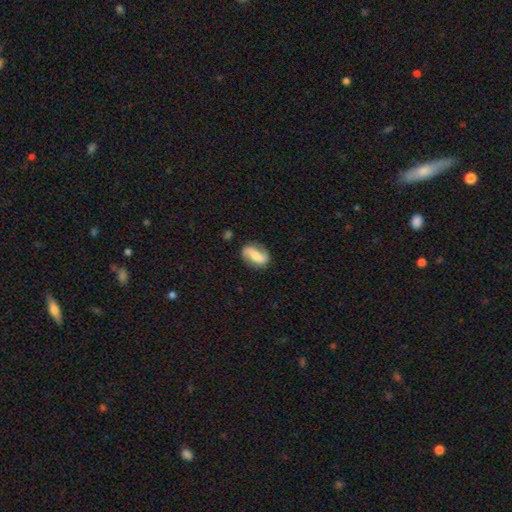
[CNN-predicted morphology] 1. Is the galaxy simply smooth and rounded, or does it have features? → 64% featured or disk, 30% smooth, 7% star or artifact.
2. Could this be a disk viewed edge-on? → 95% no, 5% yes.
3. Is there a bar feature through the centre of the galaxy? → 37% strong, 32% no, 31% weak.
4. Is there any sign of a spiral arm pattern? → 89% yes, 11% no.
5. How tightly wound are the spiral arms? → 58% loose, 27% medium, 15% tight.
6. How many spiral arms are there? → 90% 2, 4% can't tell, 3% 1, 1% 3, 1% 4, 1% more than 4.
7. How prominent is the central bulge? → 44% moderate, 35% small, 9% large, 9% none, 3% dominant.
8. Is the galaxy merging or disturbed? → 80% none, 14% minor disturbance, 4% major disturbance, 2% merger.